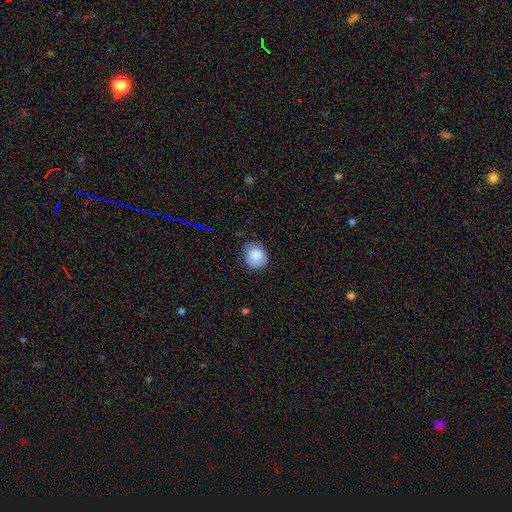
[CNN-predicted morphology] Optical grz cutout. It shows a smooth galaxy with no disk features (85%) that is round (62%). Merging: none (75%).